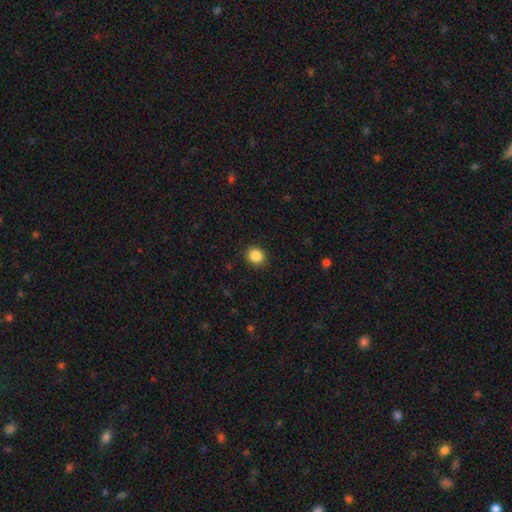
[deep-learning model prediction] Smooth or featured?
  - smooth: 87% *
  - star or artifact: 10%
  - featured or disk: 3%
How rounded?
  - round: 82% *
  - in between: 17%
  - cigar-shaped: 1%
Merging?
  - none: 90% *
  - minor disturbance: 7%
  - major disturbance: 2%
  - merger: 1%